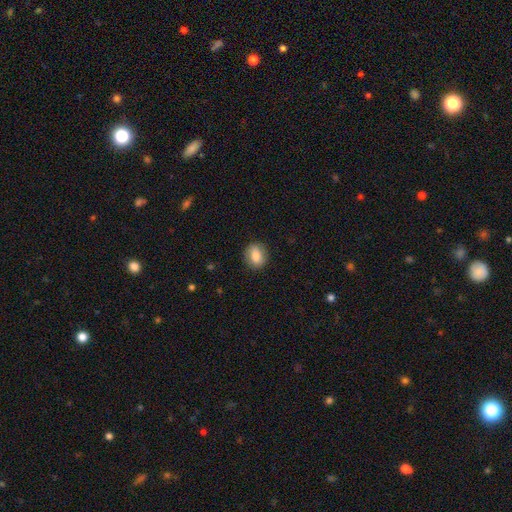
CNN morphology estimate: This is likely a smooth galaxy (80%). How rounded: possibly round (58%). Merging: clearly none (87%).